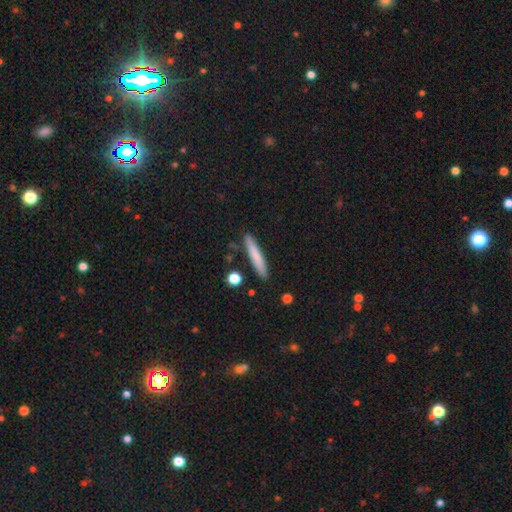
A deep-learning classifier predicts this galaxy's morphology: Overall: smooth (75%). How rounded: cigar-shaped (94%). Merging: none (85%).